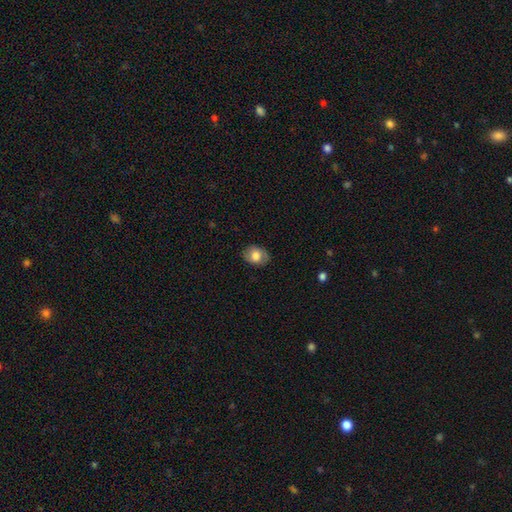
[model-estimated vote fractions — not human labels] Smooth or featured? Predicted: smooth (p=0.75). How rounded? Predicted: in between (p=0.64). Merging? Predicted: none (p=0.84).